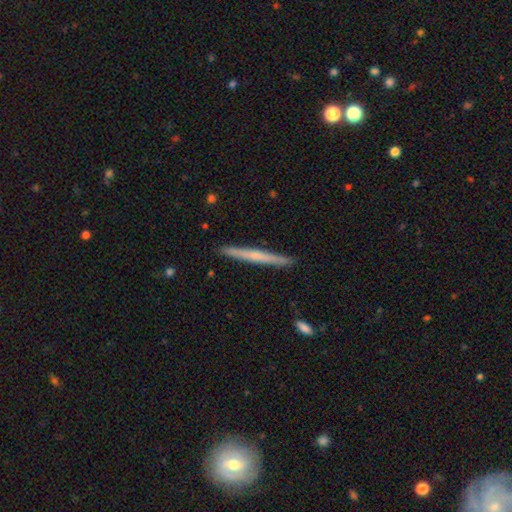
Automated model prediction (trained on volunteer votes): Smooth or featured? Predicted: featured or disk (p=0.49). Merging? Predicted: none (p=0.92).